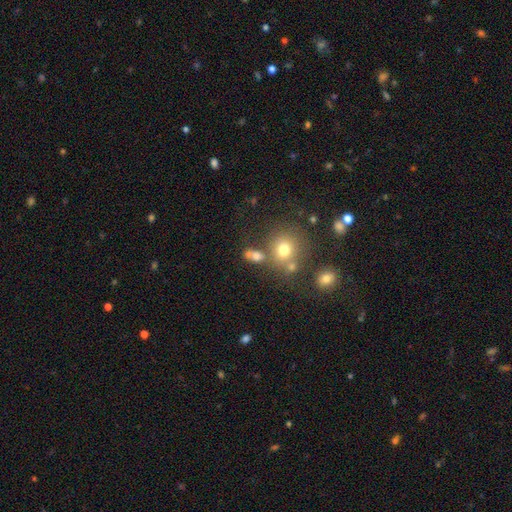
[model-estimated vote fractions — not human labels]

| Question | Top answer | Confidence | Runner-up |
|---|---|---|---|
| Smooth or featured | smooth | 71% | star or artifact (16%) |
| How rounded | in between | 55% | round (42%) |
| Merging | none | 50% | merger (29%) |